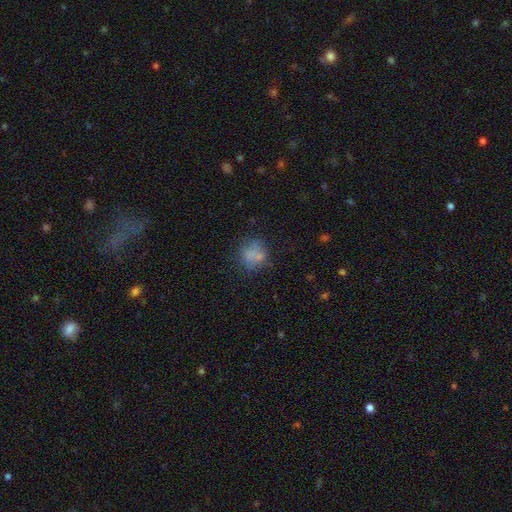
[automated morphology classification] This appears to be a smooth galaxy with no disk features (66%) that is round (70%). Merging: none (60%).